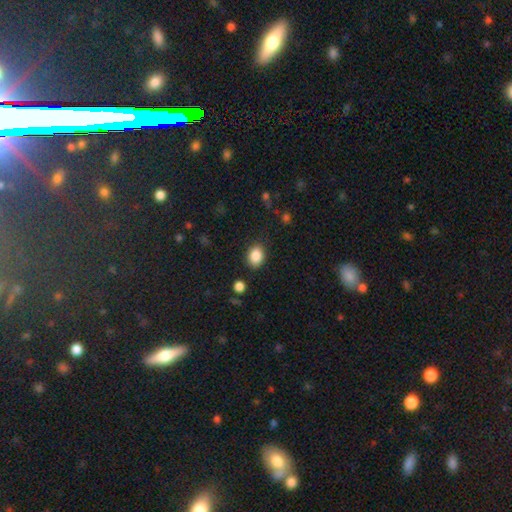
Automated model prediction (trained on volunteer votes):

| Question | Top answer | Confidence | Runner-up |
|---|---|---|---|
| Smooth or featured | smooth | 87% | star or artifact (9%) |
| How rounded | in between | 63% | round (36%) |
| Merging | none | 84% | minor disturbance (11%) |